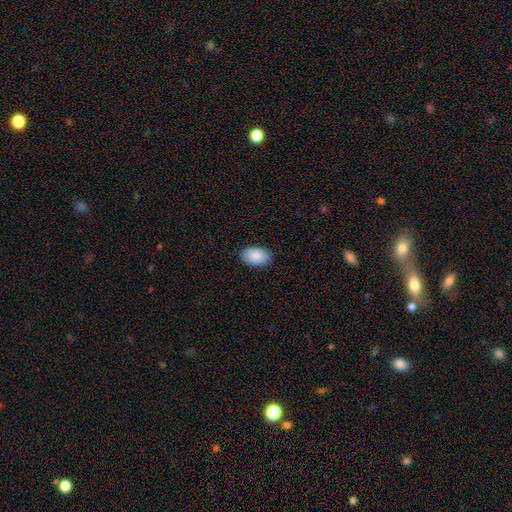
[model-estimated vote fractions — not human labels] This is clearly a smooth galaxy (88%). How rounded: clearly in between (93%). Merging: clearly none (86%).